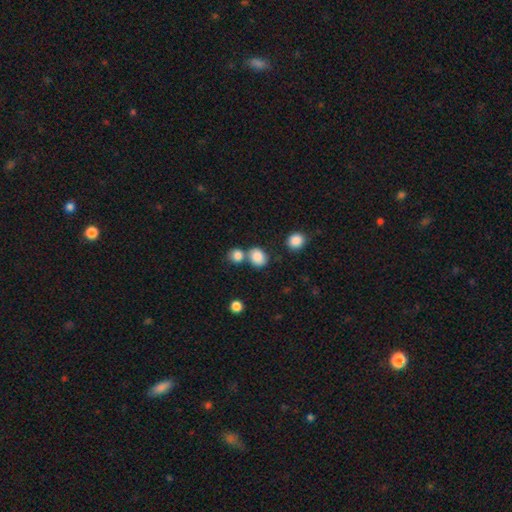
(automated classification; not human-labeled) Morphology: type=smooth (84%); roundness=round (61%); merging=none (52%).